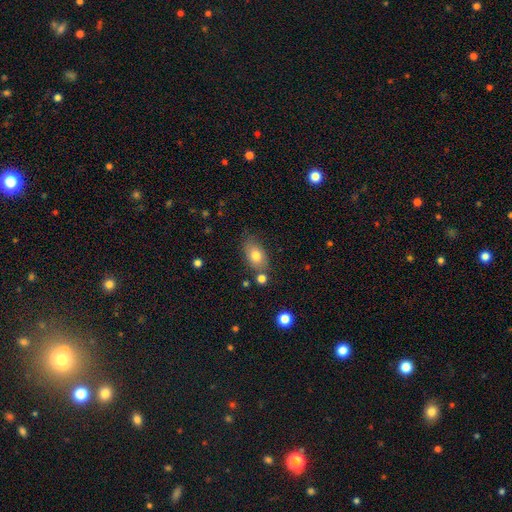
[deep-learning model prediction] This is likely a smooth galaxy (77%). How rounded: clearly in between (84%). Merging: likely none (68%).